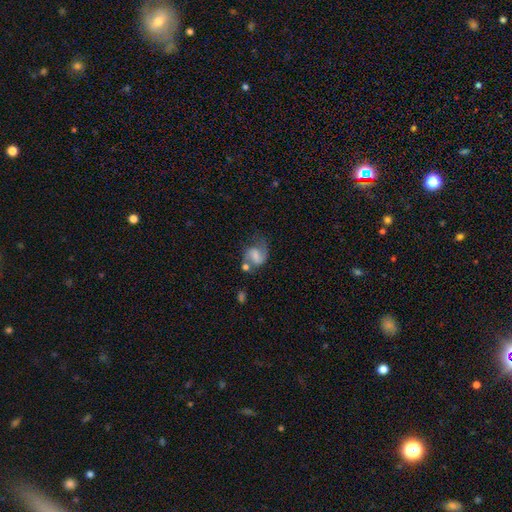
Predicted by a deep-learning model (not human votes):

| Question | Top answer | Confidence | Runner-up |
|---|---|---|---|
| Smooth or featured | featured or disk | 67% | smooth (25%) |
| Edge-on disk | no | 98% | yes (2%) |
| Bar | weak | 48% | no (30%) |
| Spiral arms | yes | 90% | no (10%) |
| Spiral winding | medium | 45% | loose (41%) |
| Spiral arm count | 2 | 82% | 1 (9%) |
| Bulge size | small | 33% | none (31%) |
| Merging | none | 45% | minor disturbance (21%) |